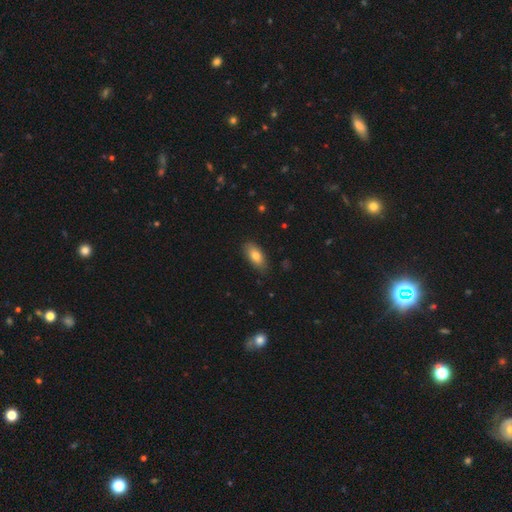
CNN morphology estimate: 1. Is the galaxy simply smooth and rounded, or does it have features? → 77% smooth, 16% featured or disk, 7% star or artifact.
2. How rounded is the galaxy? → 88% in between, 9% cigar-shaped, 3% round.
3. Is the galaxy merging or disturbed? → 83% none, 14% minor disturbance, 2% major disturbance, 1% merger.